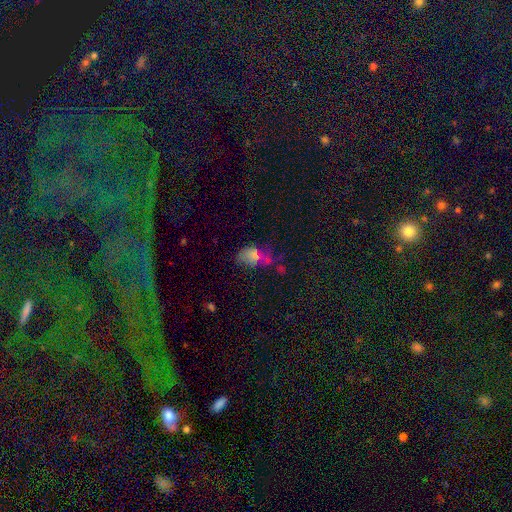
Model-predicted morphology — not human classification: A smooth galaxy with no disk features (64%) that is in between round and cigar-shaped (80%).

Vote fractions:
- Smooth or featured? smooth: 64% / featured or disk: 19% / star or artifact: 17%
- How rounded? in between: 80% / round: 18% / cigar-shaped: 2%
- Merging? none: 28% / major disturbance: 25% / minor disturbance: 24% / merger: 23%